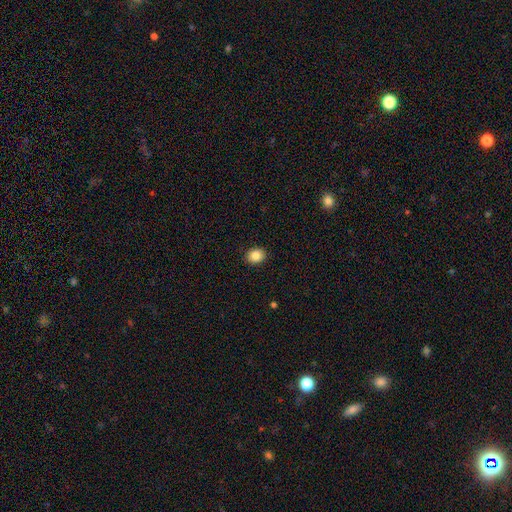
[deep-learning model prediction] Overall: smooth (85%). How rounded: round (64%; in between 36%). Merging: none (91%).